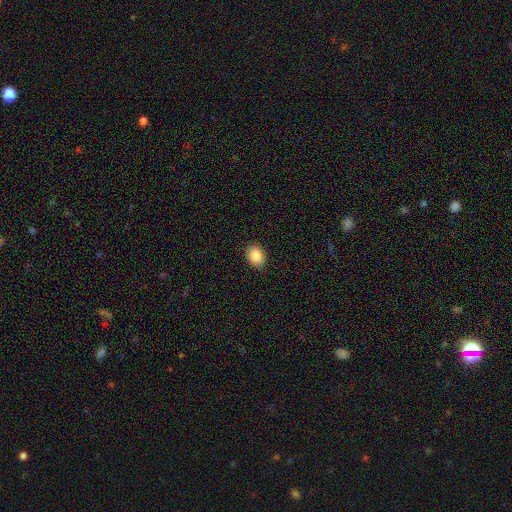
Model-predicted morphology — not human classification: Smooth or featured: smooth — 88% (star or artifact — 8%)
How rounded: in between — 73% (round — 26%)
Merging: none — 89% (minor disturbance — 8%)